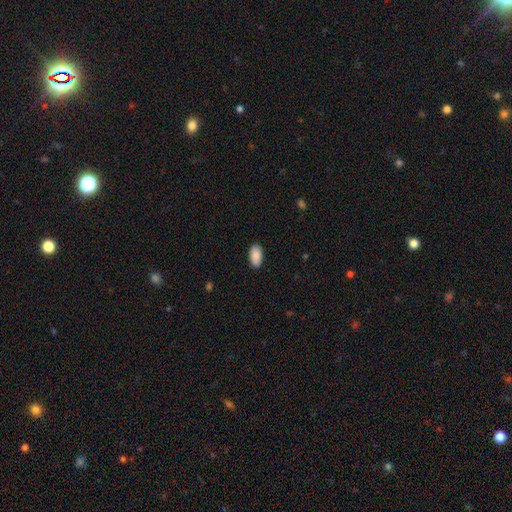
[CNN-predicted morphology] Q: Smooth or featured?
A: smooth (90%); runner-up: star or artifact (6%)
Q: How rounded?
A: in between (95%); runner-up: round (2%)
Q: Merging?
A: none (89%); runner-up: minor disturbance (8%)